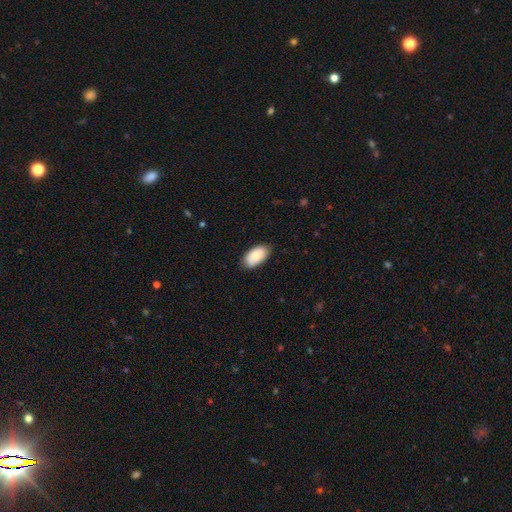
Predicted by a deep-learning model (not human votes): Overall: smooth (85%). How rounded: in between (95%). Merging: none (83%).